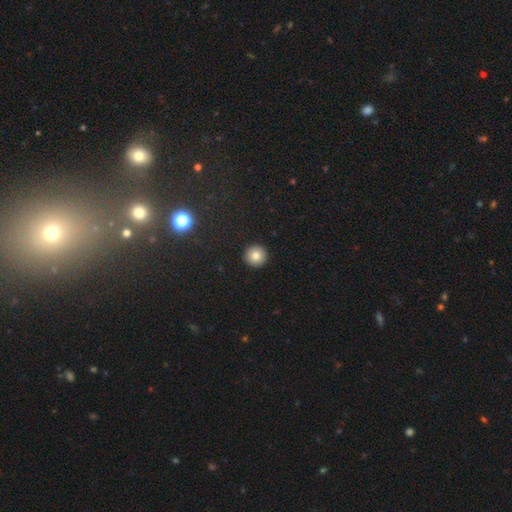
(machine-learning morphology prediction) Smooth or featured? Predicted: smooth (p=0.82). How rounded? Predicted: round (p=0.96). Merging? Predicted: none (p=0.93).